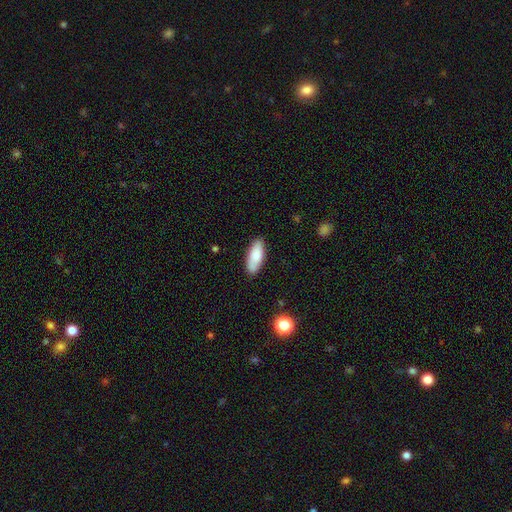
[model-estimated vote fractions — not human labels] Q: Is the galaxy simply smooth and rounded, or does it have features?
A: smooth — 82%.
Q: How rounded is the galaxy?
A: in between — 79%.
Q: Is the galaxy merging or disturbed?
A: none — 85%.